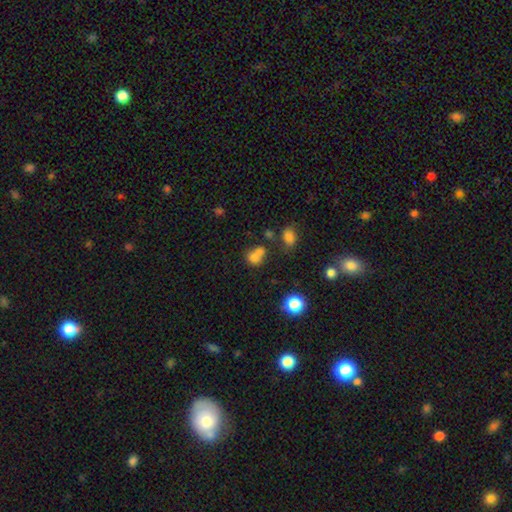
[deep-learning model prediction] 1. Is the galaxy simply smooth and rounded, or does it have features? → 72% smooth, 15% star or artifact, 14% featured or disk.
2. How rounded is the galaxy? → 63% round, 35% in between, 1% cigar-shaped.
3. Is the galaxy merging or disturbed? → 52% merger, 32% none, 10% minor disturbance, 6% major disturbance.